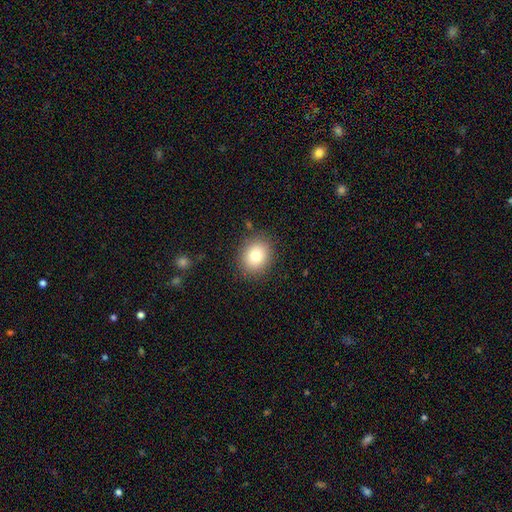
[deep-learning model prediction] smooth_or_featured: smooth (p=0.80) [alt: star or artifact p=0.10]
how_rounded: round (p=0.66) [alt: in between p=0.33]
merging: none (p=0.87) [alt: minor disturbance p=0.09]